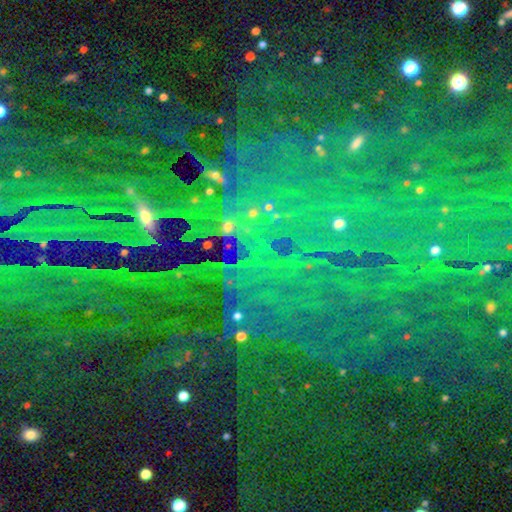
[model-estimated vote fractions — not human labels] Smooth or featured?
  - star or artifact: 79% *
  - featured or disk: 11%
  - smooth: 10%